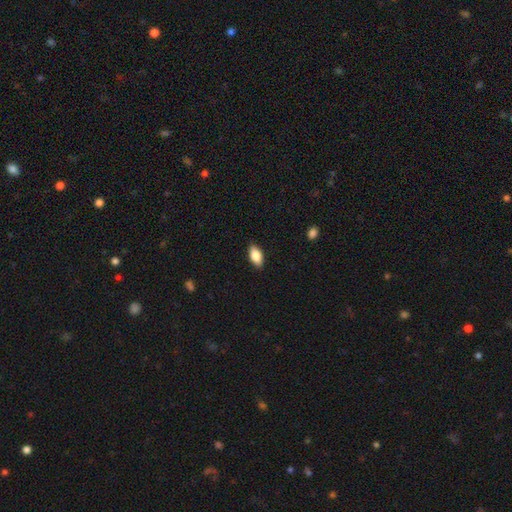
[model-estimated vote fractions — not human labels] This is clearly a smooth galaxy (83%). How rounded: clearly in between (90%). Merging: clearly none (88%).